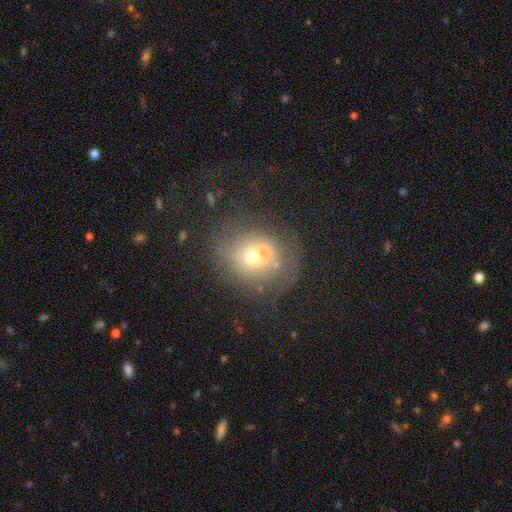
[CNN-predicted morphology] This appears to be a smooth galaxy with no disk features (54%) that is round (78%). Merging: merger (45%).